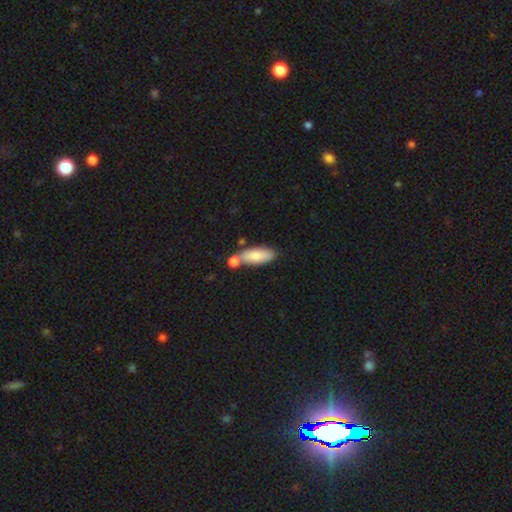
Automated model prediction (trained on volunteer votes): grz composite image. It shows a smooth galaxy with no disk features (78%) that is in between round and cigar-shaped (73%). Merging: none (53%).